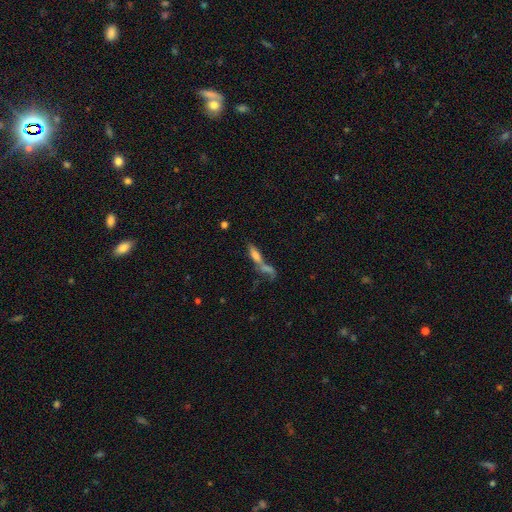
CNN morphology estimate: Q: Smooth or featured?
A: smooth (62%); runner-up: featured or disk (26%)
Q: How rounded?
A: cigar-shaped (54%); runner-up: in between (42%)
Q: Merging?
A: merger (56%); runner-up: none (27%)